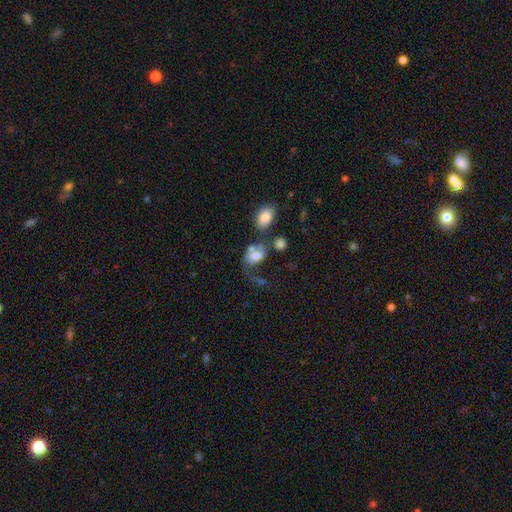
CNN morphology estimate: smooth_or_featured: smooth (p=0.57) [alt: featured or disk p=0.33]
how_rounded: in between (p=0.73) [alt: round p=0.25]
merging: major disturbance (p=0.35) [alt: merger p=0.29]